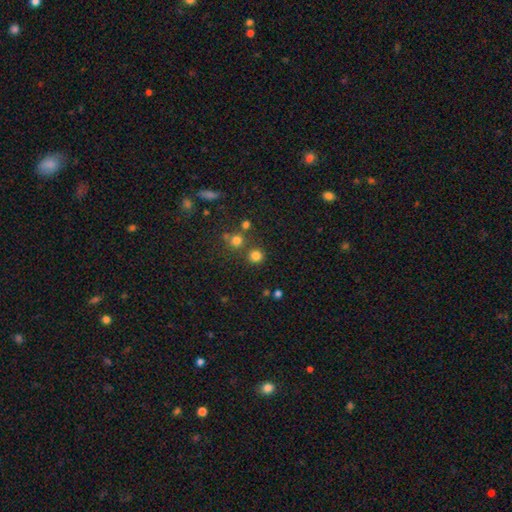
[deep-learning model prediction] Smooth or featured? smooth (78%)
How rounded? round (90%)
Merging? none (78%)